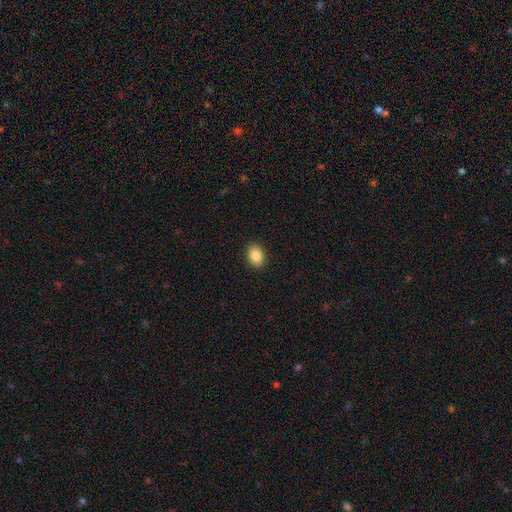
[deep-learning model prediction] This appears to be a smooth galaxy with no disk features (86%) that is in between round and cigar-shaped (65%). Merging: none (90%).